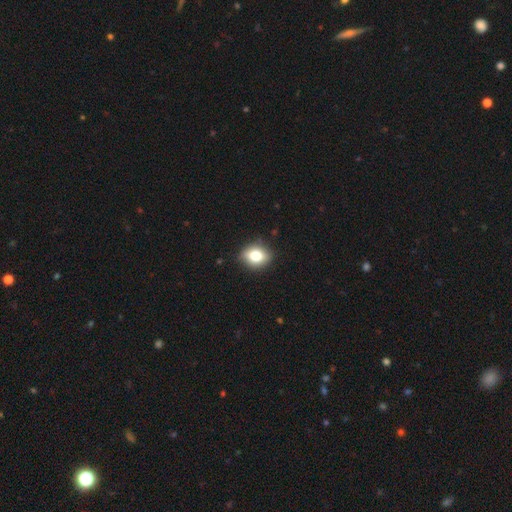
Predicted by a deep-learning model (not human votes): This appears to be a smooth galaxy with no disk features (74%) that is round (52%). Merging: none (84%).